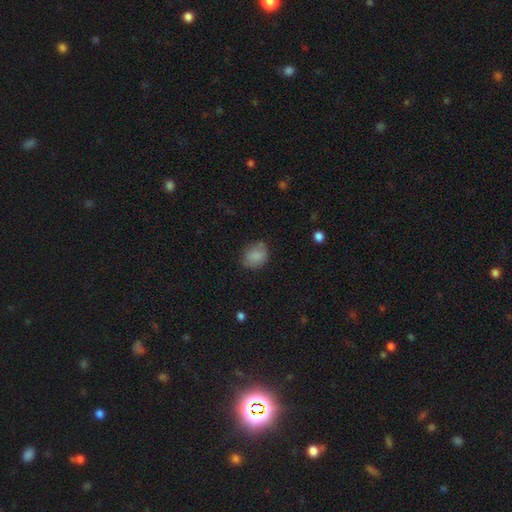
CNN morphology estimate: A smooth galaxy with no disk features (84%) that is in between round and cigar-shaped (54%).

Vote fractions:
- Smooth or featured? smooth: 84% / star or artifact: 9% / featured or disk: 7%
- How rounded? in between: 54% / round: 45% / cigar-shaped: 1%
- Merging? none: 69% / minor disturbance: 24% / major disturbance: 5% / merger: 2%